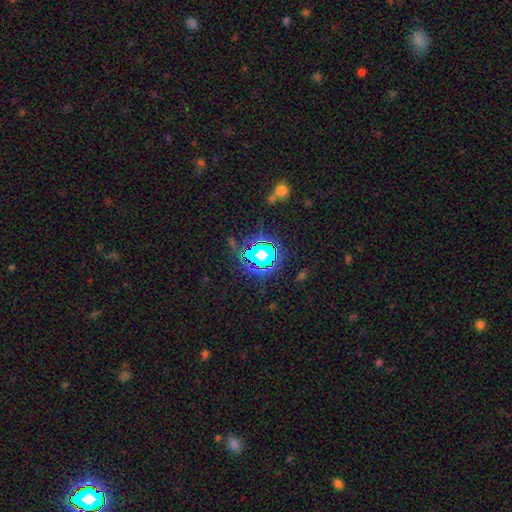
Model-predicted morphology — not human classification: Smooth or featured?
  - star or artifact: 77% *
  - smooth: 15%
  - featured or disk: 8%